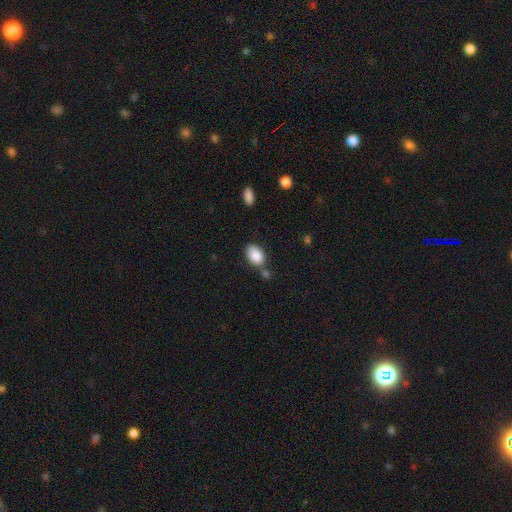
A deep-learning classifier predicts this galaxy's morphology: smooth 86%, star or artifact 7%, featured or disk 6%. Down the decision tree: how rounded — in between (86%); merging — none (61%).